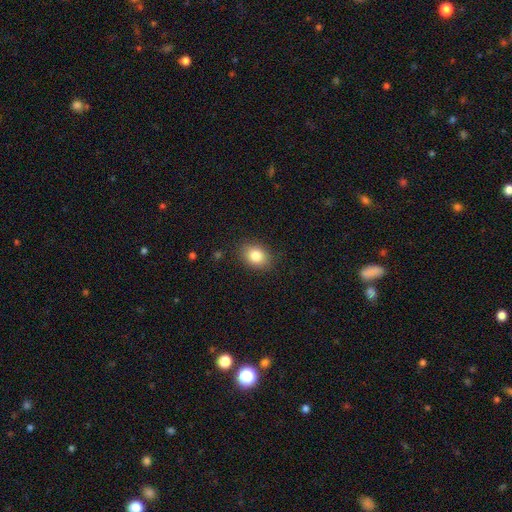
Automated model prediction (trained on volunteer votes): A smooth galaxy with no disk features (83%) that is in between round and cigar-shaped (68%). Merging: none (87%).